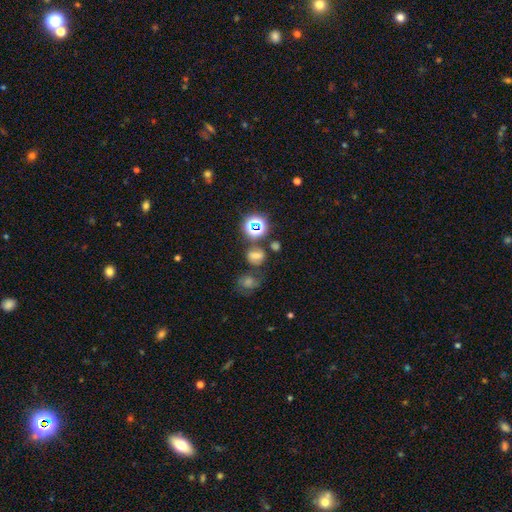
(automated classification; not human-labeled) A smooth galaxy with no disk features (49%).

Vote fractions:
- Smooth or featured? smooth: 49% / star or artifact: 34% / featured or disk: 17%
- Merging? none: 60% / minor disturbance: 17% / merger: 15% / major disturbance: 9%